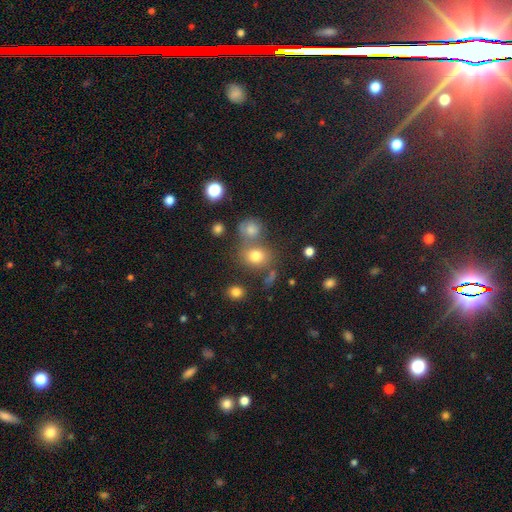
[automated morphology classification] Smooth or featured? smooth (75%)
How rounded? round (64%)
Merging? none (58%)